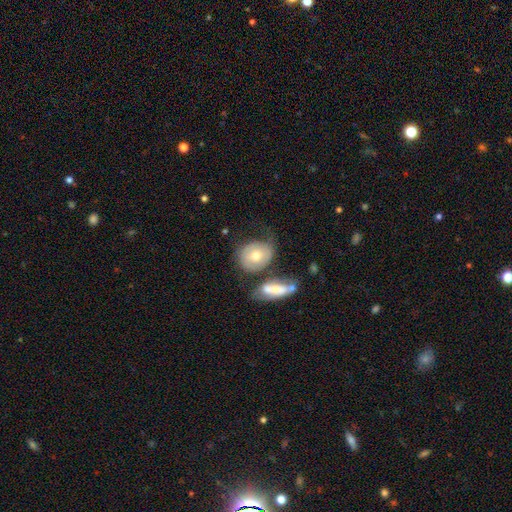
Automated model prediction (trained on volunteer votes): Smooth or featured?
  - smooth: 55% *
  - featured or disk: 38%
  - star or artifact: 6%
How rounded?
  - round: 57% *
  - in between: 42%
  - cigar-shaped: 2%
Merging?
  - none: 41% *
  - merger: 25%
  - minor disturbance: 21%
  - major disturbance: 13%